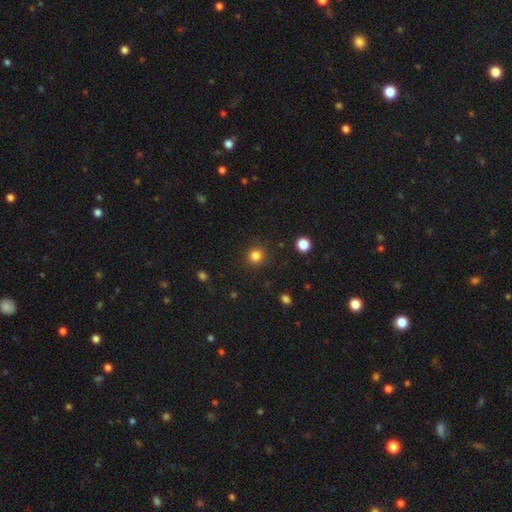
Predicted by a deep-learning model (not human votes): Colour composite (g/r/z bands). It shows a smooth galaxy with no disk features (82%) that is round (93%). Merging: none (89%).